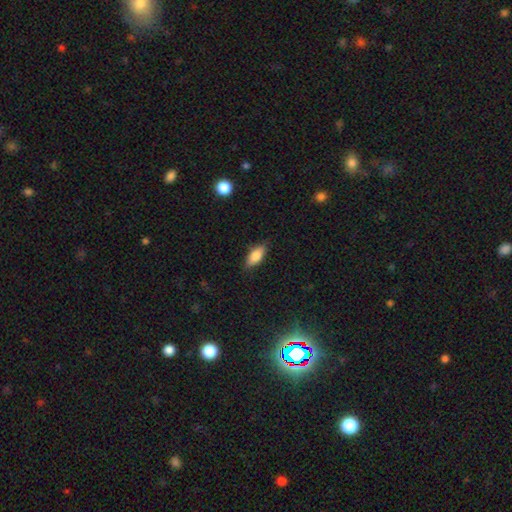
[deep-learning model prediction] Morphology: type=smooth (80%); roundness=in between (79%); merging=none (84%).